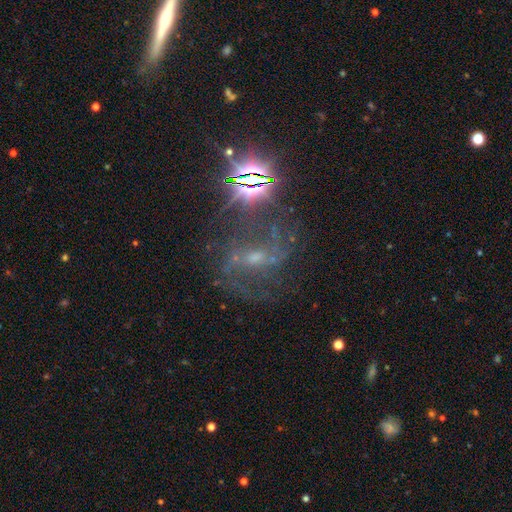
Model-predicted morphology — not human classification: This appears to be a featured or disk galaxy (69%) with a weak bar (41%), 2 (72%) medium (43%) spiral arms (91%) and a small central bulge (65%). Merging: none (62%).